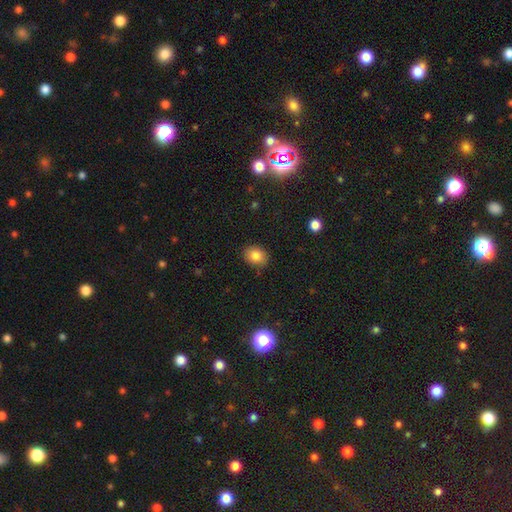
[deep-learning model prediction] A smooth galaxy with no disk features (83%) that is in between round and cigar-shaped (56%). Merging: none (84%).